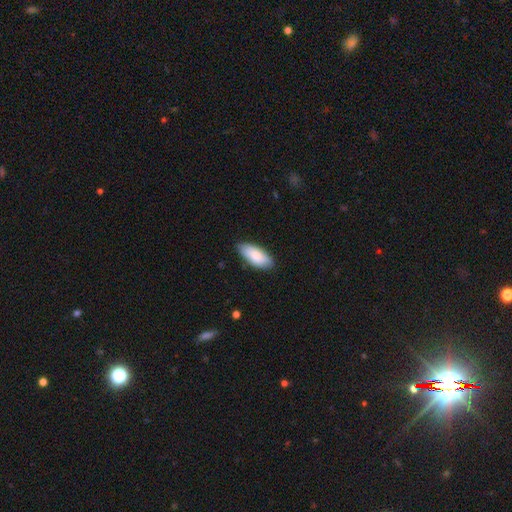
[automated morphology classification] This appears to be a smooth galaxy with no disk features (80%) that is in between round and cigar-shaped (86%). Merging: none (82%).